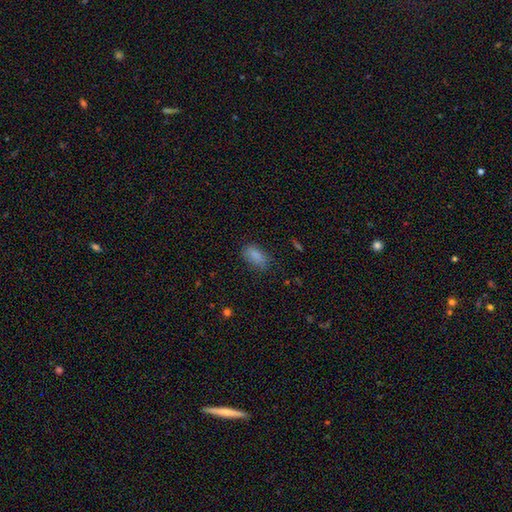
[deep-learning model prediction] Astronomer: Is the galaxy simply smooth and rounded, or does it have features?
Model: smooth — 86%.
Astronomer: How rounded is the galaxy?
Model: in between — 90%.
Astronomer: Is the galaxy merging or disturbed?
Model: none — 75%.